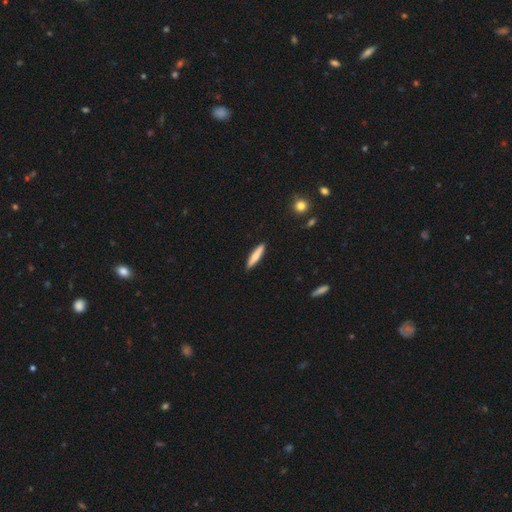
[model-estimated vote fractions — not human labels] This is likely a smooth galaxy (72%). How rounded: clearly cigar-shaped (88%). Merging: clearly none (90%).